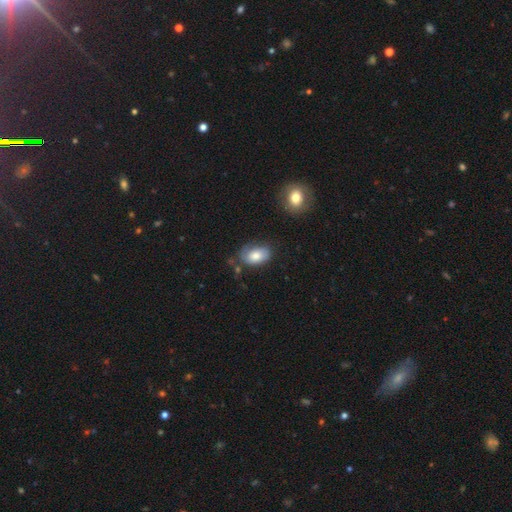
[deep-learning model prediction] smooth 69%, featured or disk 24%, star or artifact 7%. Down the decision tree: how rounded — in between (88%); merging — none (54%).